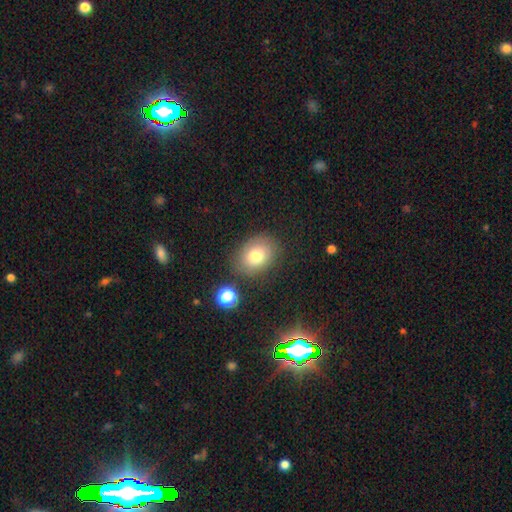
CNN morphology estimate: A smooth galaxy with no disk features (76%) that is in between round and cigar-shaped (58%). Merging: none (79%).